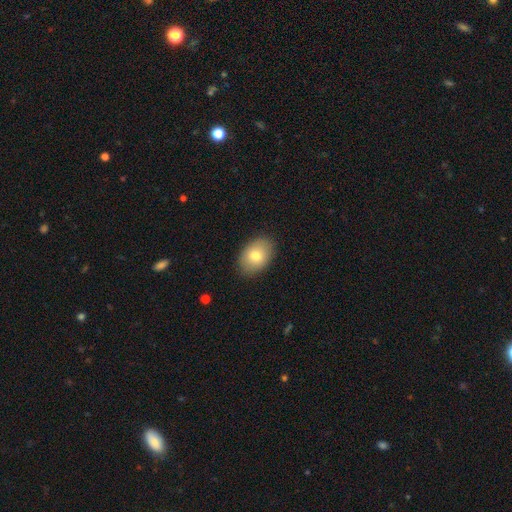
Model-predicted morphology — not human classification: This is likely a smooth galaxy (78%). How rounded: clearly in between (83%). Merging: clearly none (87%).